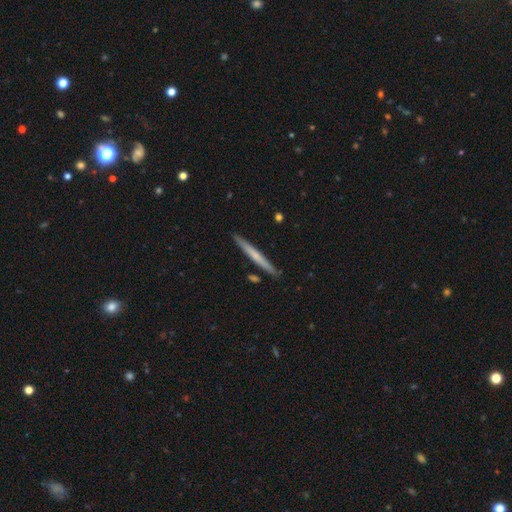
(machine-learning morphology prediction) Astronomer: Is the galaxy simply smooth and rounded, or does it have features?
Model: smooth — 51% (runner-up: featured or disk, 44%).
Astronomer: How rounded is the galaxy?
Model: cigar-shaped — 97%.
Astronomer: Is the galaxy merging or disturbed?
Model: none — 90%.